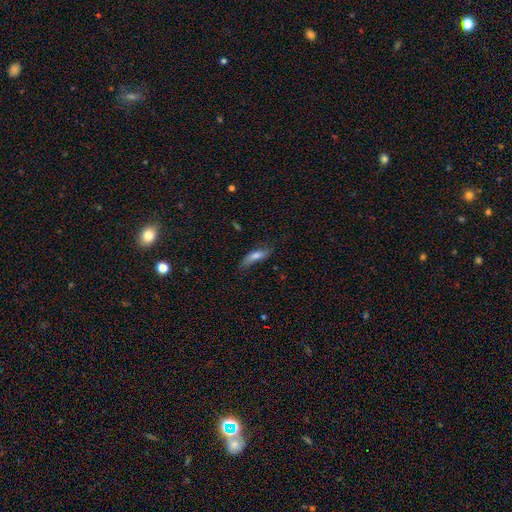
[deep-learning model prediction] smooth-or-featured: smooth: 67% | featured or disk: 24% | star or artifact: 9%
  how-rounded: cigar-shaped: 50% | in between: 47% | round: 3%
  merging: none: 61% | minor disturbance: 27% | major disturbance: 9% | merger: 2%